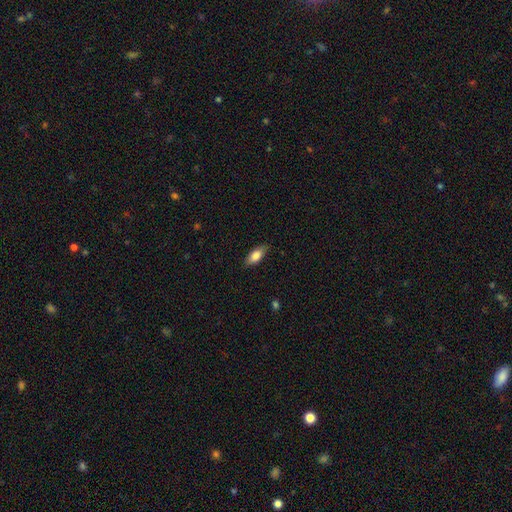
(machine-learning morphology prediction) type=smooth (79%); roundness=in between (83%); merging=none (82%).